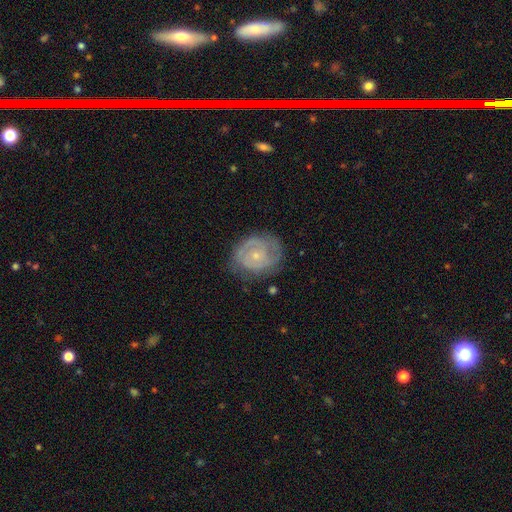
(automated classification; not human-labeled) Smooth or featured?
  - featured or disk: 78% *
  - smooth: 16%
  - star or artifact: 6%
Edge-on disk?
  - no: 98% *
  - yes: 2%
Bar?
  - no: 74% *
  - weak: 22%
  - strong: 4%
Spiral arms?
  - yes: 90% *
  - no: 10%
Spiral winding?
  - tight: 66% *
  - medium: 27%
  - loose: 7%
Spiral arm count?
  - 2: 54% *
  - can't tell: 24%
  - 3: 11%
  - 1: 5%
  - 4: 3%
  - more than 4: 3%
Bulge size?
  - small: 76% *
  - moderate: 20%
  - none: 2%
  - large: 1%
  - dominant: 1%
Merging?
  - none: 72% *
  - minor disturbance: 19%
  - major disturbance: 7%
  - merger: 1%